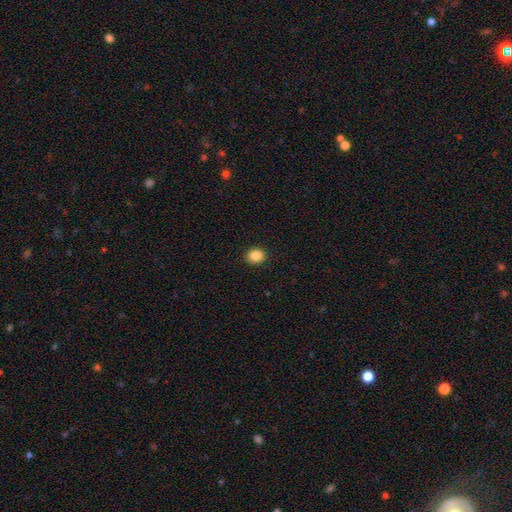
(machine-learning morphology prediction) Smooth or featured: smooth — 87% (star or artifact — 9%)
How rounded: round — 57% (in between — 42%)
Merging: none — 91% (minor disturbance — 6%)